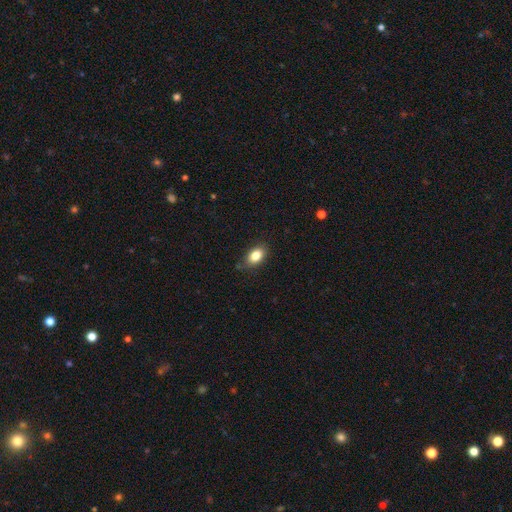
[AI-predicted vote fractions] A smooth galaxy with no disk features (84%) that is in between round and cigar-shaped (87%).

Vote fractions:
- Smooth or featured? smooth: 84% / star or artifact: 8% / featured or disk: 8%
- How rounded? in between: 87% / round: 11% / cigar-shaped: 2%
- Merging? none: 79% / minor disturbance: 17% / major disturbance: 3% / merger: 1%